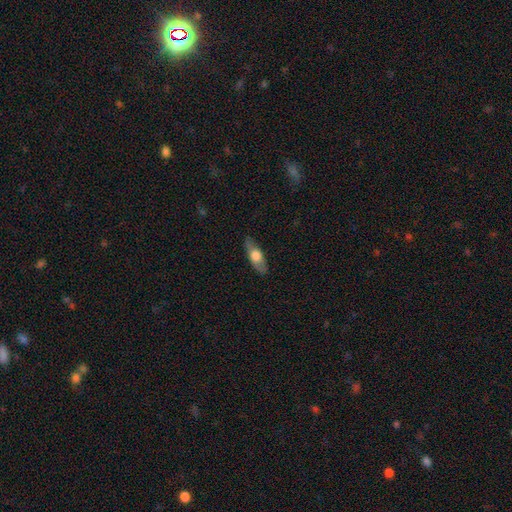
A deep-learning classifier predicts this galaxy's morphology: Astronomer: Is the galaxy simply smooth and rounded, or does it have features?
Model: smooth — 56% (runner-up: featured or disk, 38%).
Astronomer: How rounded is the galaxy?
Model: in between — 65%.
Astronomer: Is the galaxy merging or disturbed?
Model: none — 83%.